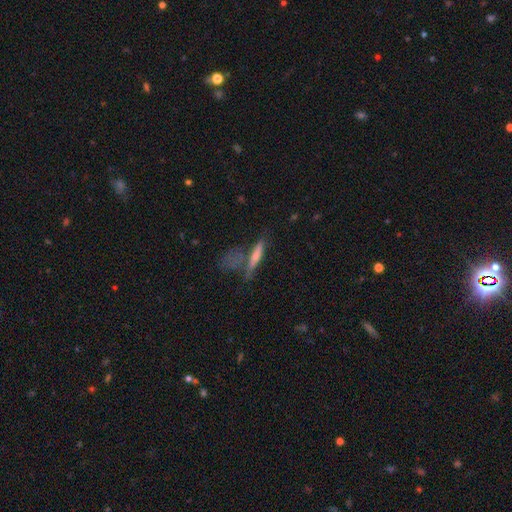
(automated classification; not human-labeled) smooth-or-featured: smooth: 51% | featured or disk: 38% | star or artifact: 11%
  how-rounded: cigar-shaped: 86% | in between: 11% | round: 3%
  merging: none: 56% | merger: 19% | minor disturbance: 15% | major disturbance: 9%